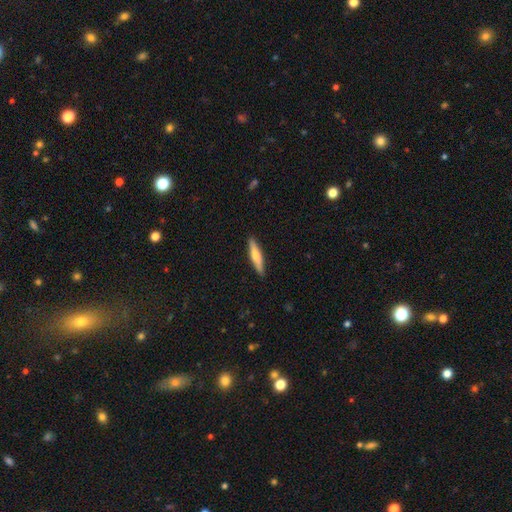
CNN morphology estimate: Smooth or featured?
  - smooth: 61% *
  - featured or disk: 33%
  - star or artifact: 5%
How rounded?
  - cigar-shaped: 86% *
  - in between: 12%
  - round: 2%
Merging?
  - none: 90% *
  - minor disturbance: 8%
  - major disturbance: 2%
  - merger: 1%